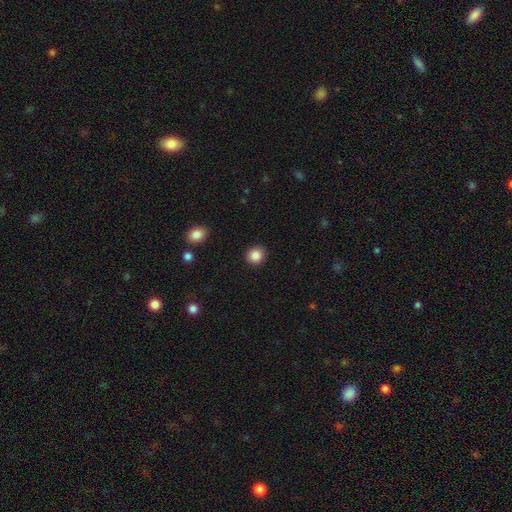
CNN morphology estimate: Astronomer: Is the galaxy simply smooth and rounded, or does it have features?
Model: smooth — 87%.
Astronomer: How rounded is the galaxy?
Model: round — 87%.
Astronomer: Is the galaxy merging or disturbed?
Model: none — 91%.